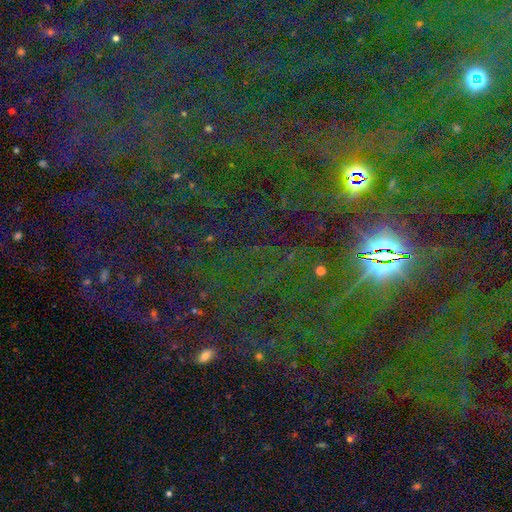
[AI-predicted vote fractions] Smooth or featured? Predicted: star or artifact (p=0.85).